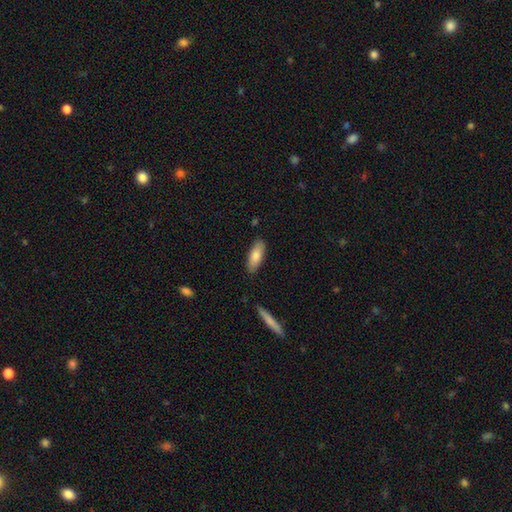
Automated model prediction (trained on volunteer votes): smooth 81%, featured or disk 14%, star or artifact 6%. Down the decision tree: how rounded — in between (72%); merging — none (85%).